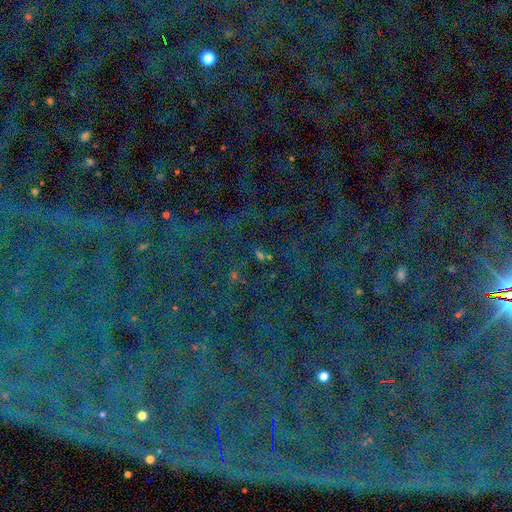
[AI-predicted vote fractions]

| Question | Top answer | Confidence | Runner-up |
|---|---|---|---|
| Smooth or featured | star or artifact | 86% | smooth (7%) |